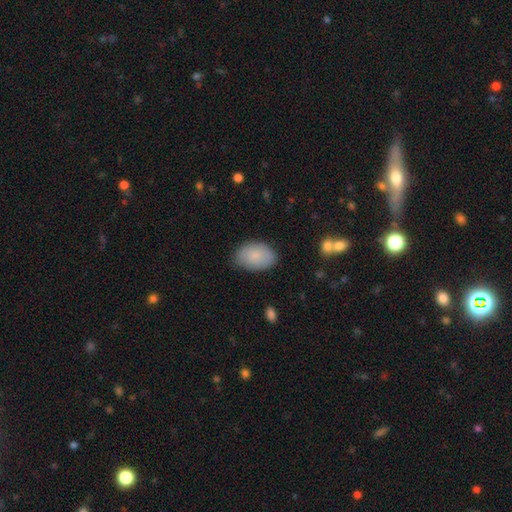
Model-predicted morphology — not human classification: This appears to be a smooth galaxy with no disk features (83%) that is in between round and cigar-shaped (89%). Merging: none (78%).